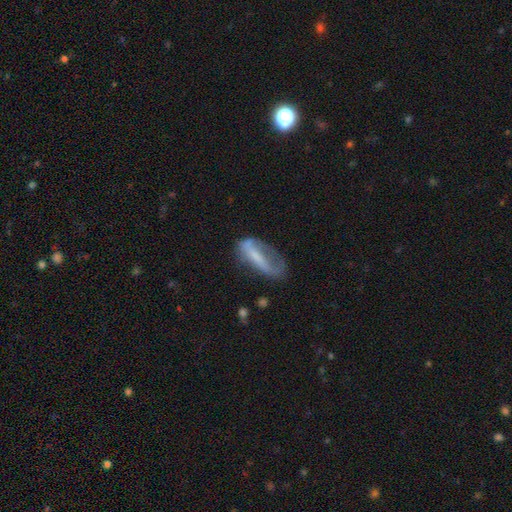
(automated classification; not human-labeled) Smooth or featured? featured or disk (46%, tied with smooth)
Merging? none (38%)